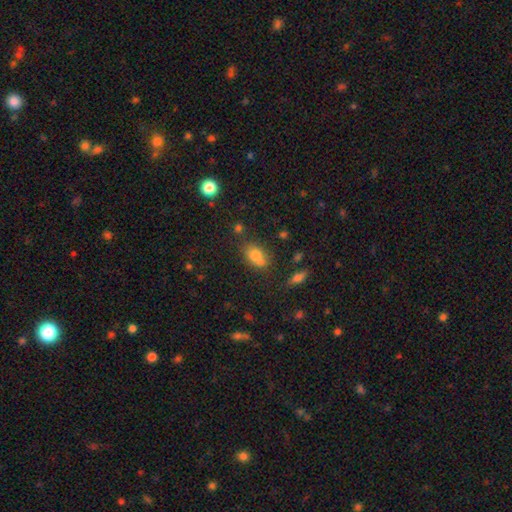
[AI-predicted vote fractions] Overall: smooth (75%). How rounded: in between (67%; round 31%). Merging: none (49%; merger 28%).